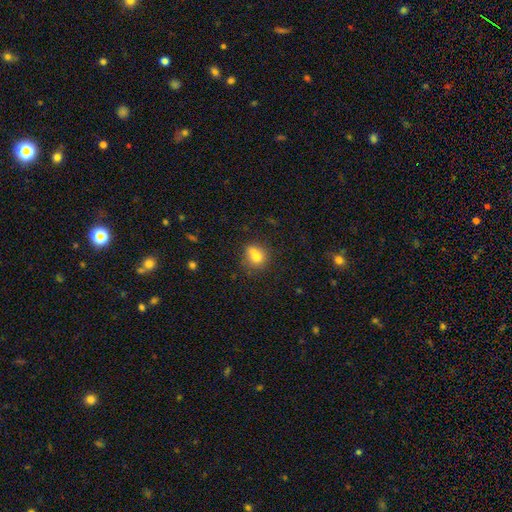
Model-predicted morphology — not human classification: smooth 72%, featured or disk 17%, star or artifact 12%. Down the decision tree: how rounded — round (67%); merging — none (45%).